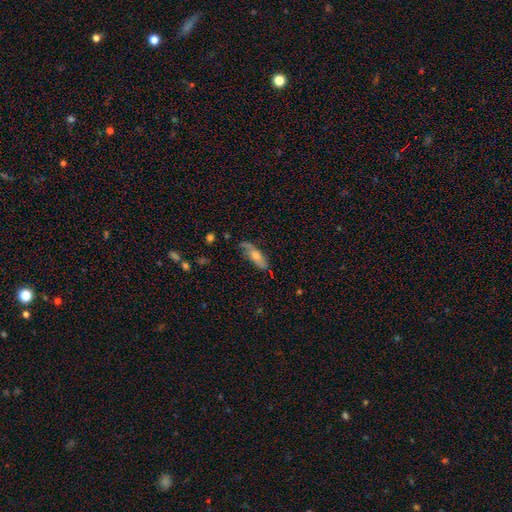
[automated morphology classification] This is possibly a smooth galaxy (49%). Merging: likely none (66%).